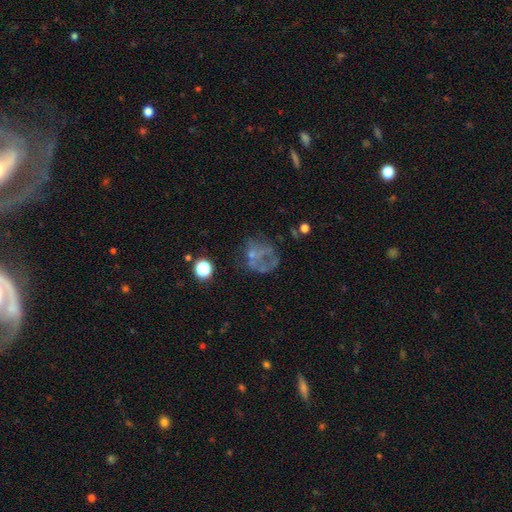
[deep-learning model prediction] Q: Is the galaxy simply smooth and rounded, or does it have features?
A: featured or disk — 46%.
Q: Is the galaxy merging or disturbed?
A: none — 42%.